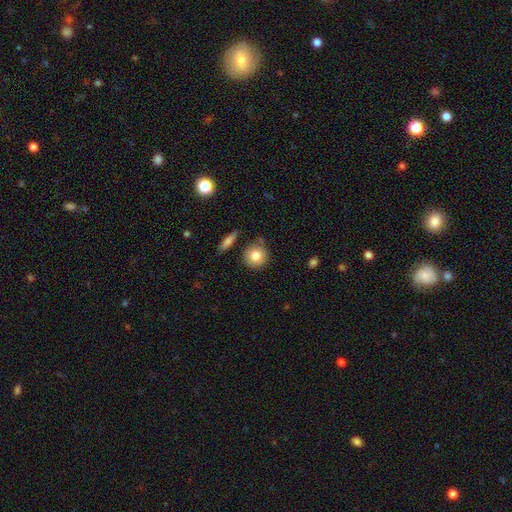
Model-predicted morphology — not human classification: This is clearly a smooth galaxy (81%). How rounded: clearly round (91%). Merging: clearly none (83%).